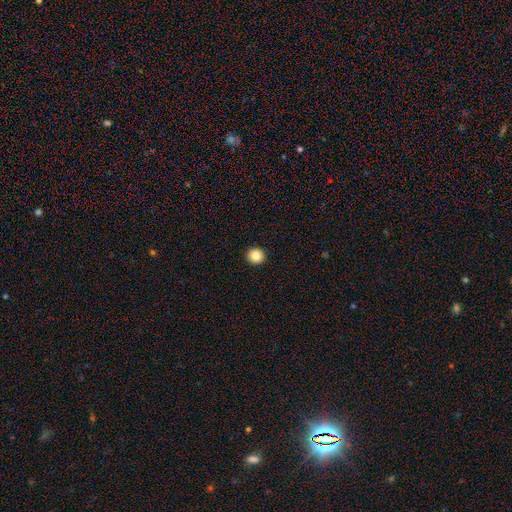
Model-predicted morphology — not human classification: Smooth or featured? smooth (83%)
How rounded? round (94%)
Merging? none (94%)